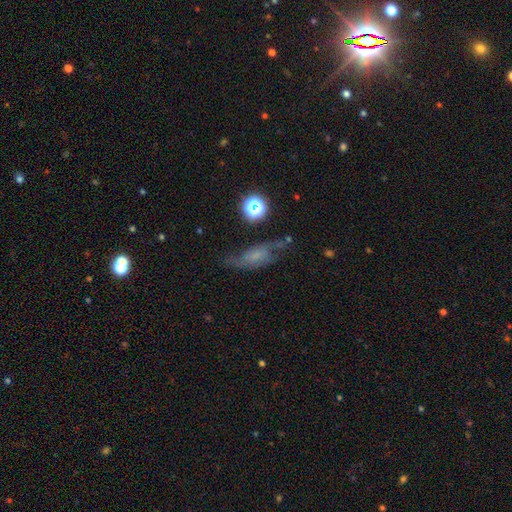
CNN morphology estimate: A featured or disk galaxy (54%).

Vote fractions:
- Smooth or featured? featured or disk: 54% / smooth: 30% / star or artifact: 17%
- Edge-on disk? no: 84% / yes: 16%
- Merging? none: 54% / minor disturbance: 25% / major disturbance: 17% / merger: 4%